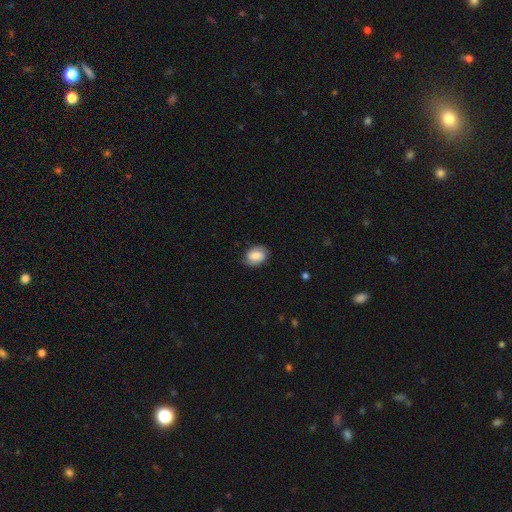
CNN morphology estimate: Smooth or featured: smooth — 65% (featured or disk — 27%)
How rounded: in between — 75% (round — 23%)
Merging: none — 81% (minor disturbance — 14%)